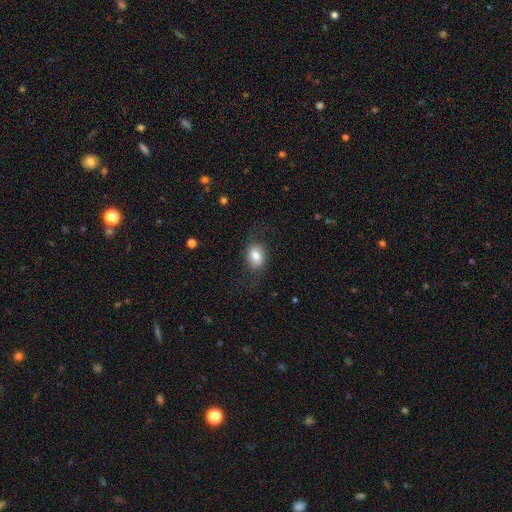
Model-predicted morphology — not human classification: Overall: smooth (80%). How rounded: in between (68%; round 30%). Merging: none (73%).